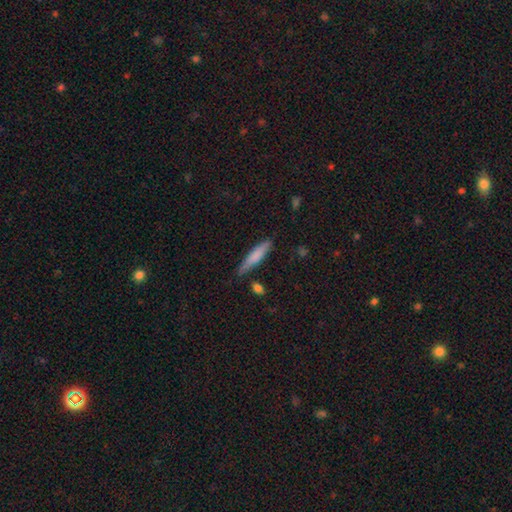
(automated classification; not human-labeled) Q: Smooth or featured?
A: smooth (74%); runner-up: featured or disk (19%)
Q: How rounded?
A: cigar-shaped (85%); runner-up: in between (13%)
Q: Merging?
A: none (75%); runner-up: minor disturbance (18%)